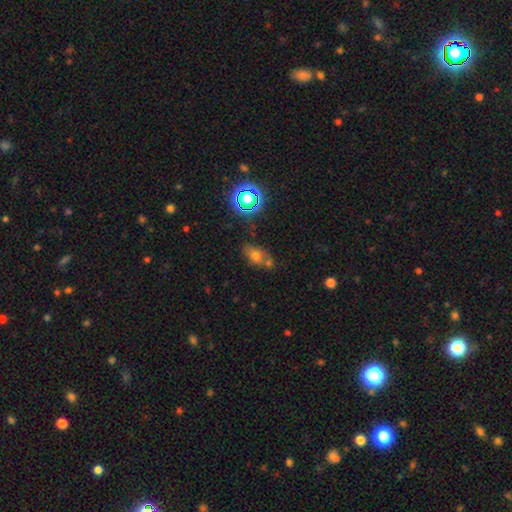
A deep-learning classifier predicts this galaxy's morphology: A smooth galaxy with no disk features (61%) that is in between round and cigar-shaped (73%). Merging: none (53%).